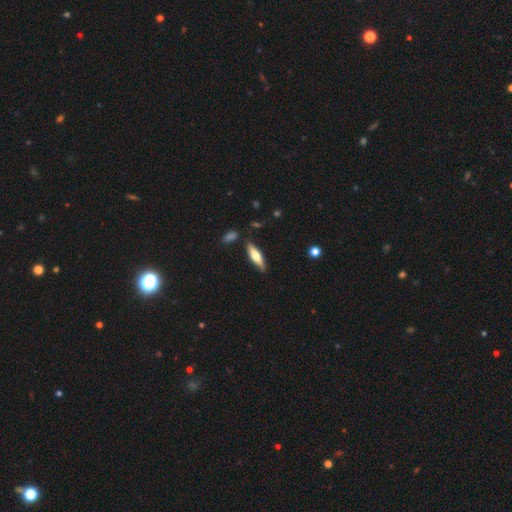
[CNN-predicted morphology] smooth_or_featured: smooth (p=0.53) [alt: featured or disk p=0.41]
how_rounded: cigar-shaped (p=0.63) [alt: in between p=0.35]
merging: none (p=0.81) [alt: minor disturbance p=0.13]